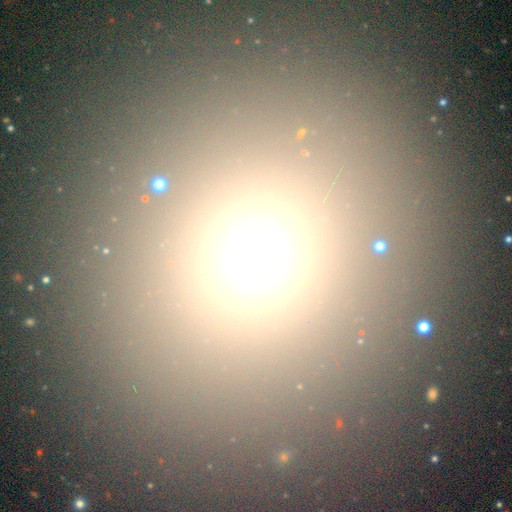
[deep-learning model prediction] Morphology: type=smooth (59%); roundness=round (78%); merging=none (82%).